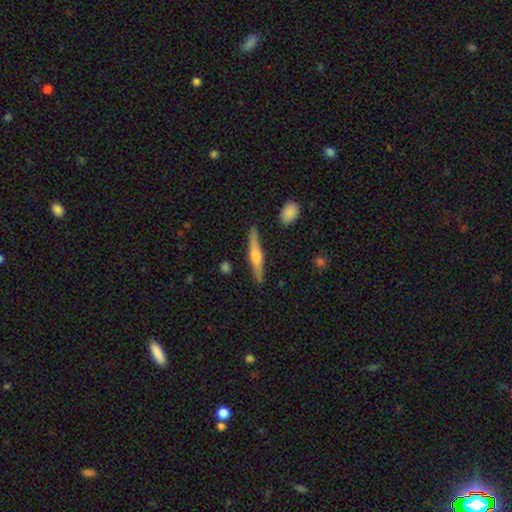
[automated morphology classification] This is likely a featured or disk galaxy (63%). It is clearly viewed edge-on (97%). Edge-on bulge: clearly rounded (86%). Merging: clearly none (88%).